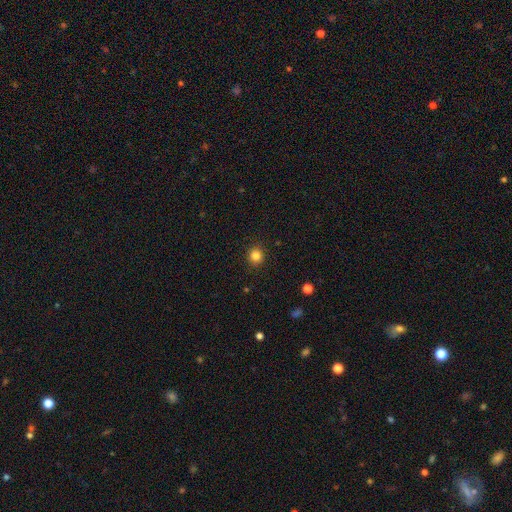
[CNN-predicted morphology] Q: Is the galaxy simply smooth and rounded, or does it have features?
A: smooth — 84%.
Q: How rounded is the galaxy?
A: round — 91%.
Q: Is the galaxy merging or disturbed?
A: none — 91%.